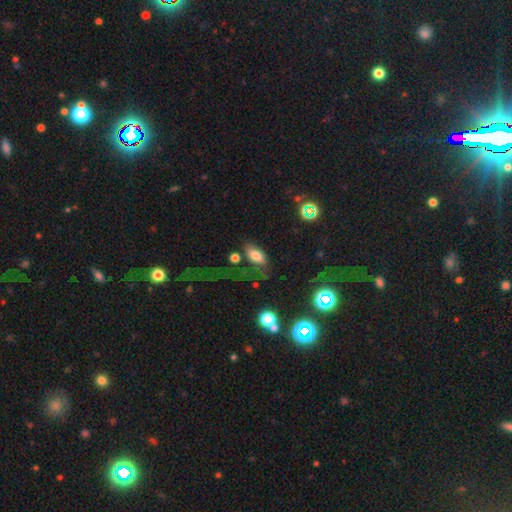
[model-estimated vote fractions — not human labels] A smooth galaxy with no disk features (75%) that is in between round and cigar-shaped (90%).

Vote fractions:
- Smooth or featured? smooth: 75% / featured or disk: 15% / star or artifact: 10%
- How rounded? in between: 90% / cigar-shaped: 6% / round: 5%
- Merging? none: 55% / minor disturbance: 20% / major disturbance: 17% / merger: 8%